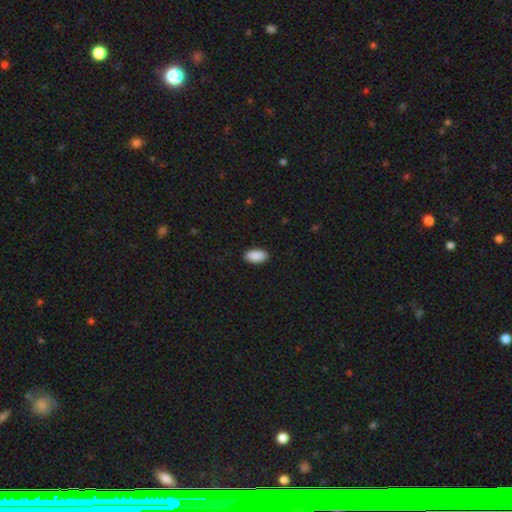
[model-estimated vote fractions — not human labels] This appears to be a smooth galaxy with no disk features (91%) that is in between round and cigar-shaped (95%). Merging: none (90%).